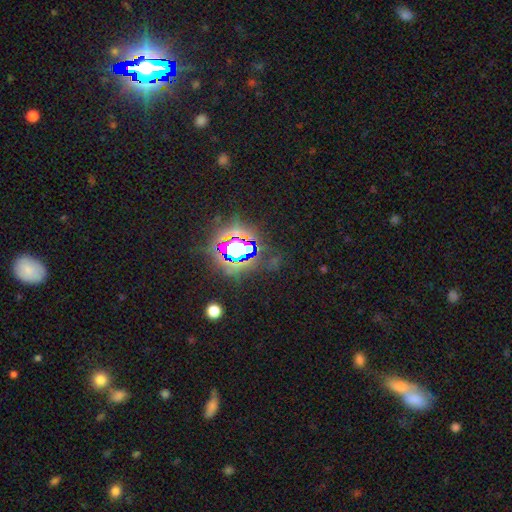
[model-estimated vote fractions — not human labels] smooth-or-featured: star or artifact: 80% | smooth: 12% | featured or disk: 8%